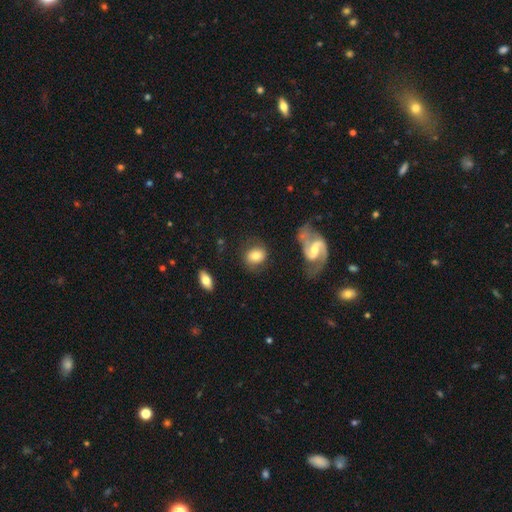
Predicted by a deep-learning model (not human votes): This is likely a smooth galaxy (68%). How rounded: possibly round (57%). Merging: likely none (72%).